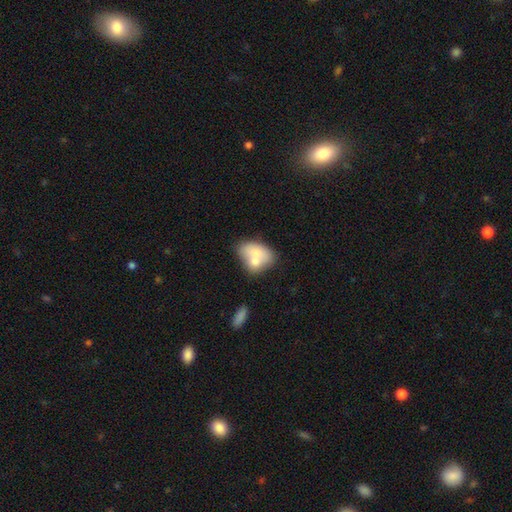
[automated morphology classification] This is likely a smooth galaxy (70%). How rounded: clearly in between (81%). Merging: possibly merger (52%).